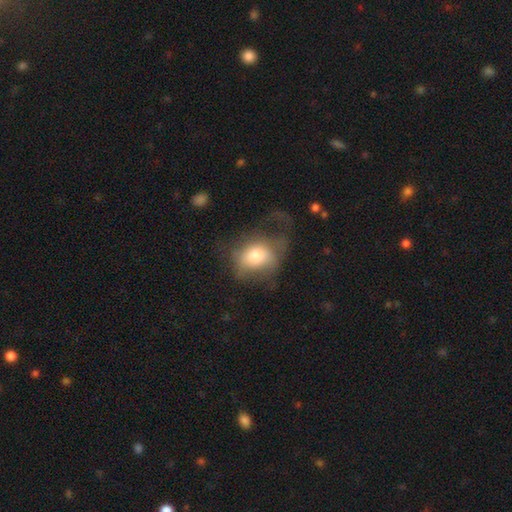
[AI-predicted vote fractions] Overall: smooth (65%). How rounded: in between (52%; round 47%). Merging: major disturbance (48%; none 28%).